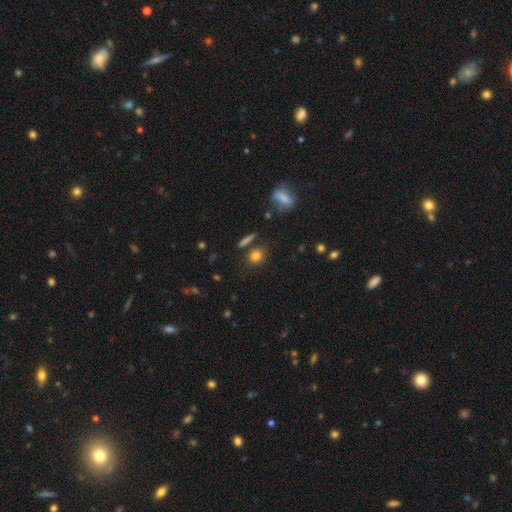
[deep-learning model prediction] This appears to be a smooth galaxy with no disk features (81%) that is round (65%). Merging: none (77%).